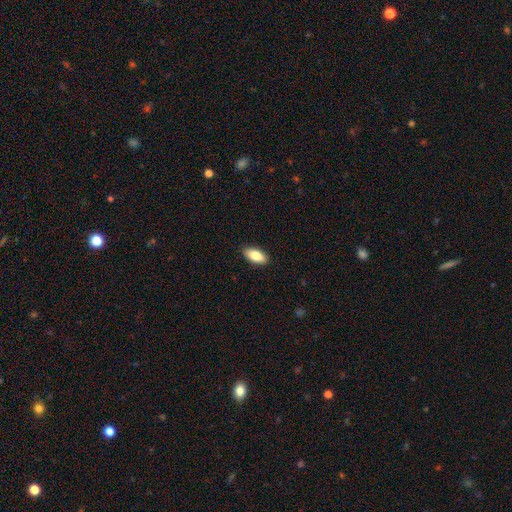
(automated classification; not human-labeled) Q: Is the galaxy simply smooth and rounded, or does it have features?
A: smooth — 83%.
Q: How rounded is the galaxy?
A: in between — 89%.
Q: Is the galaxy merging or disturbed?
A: none — 90%.